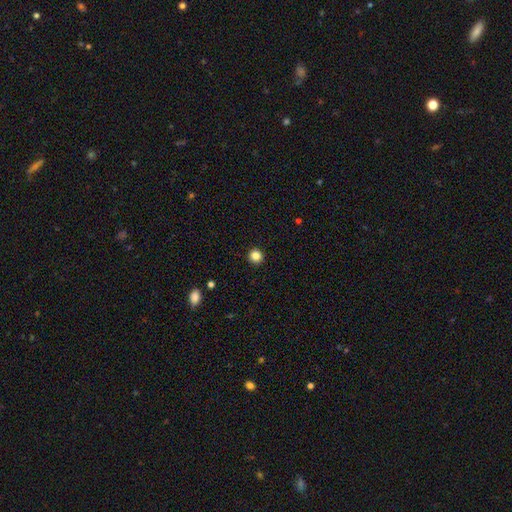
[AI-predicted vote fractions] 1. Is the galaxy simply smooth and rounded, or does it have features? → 84% smooth, 12% star or artifact, 5% featured or disk.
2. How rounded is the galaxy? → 95% round, 4% in between, 1% cigar-shaped.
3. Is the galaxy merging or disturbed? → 93% none, 4% minor disturbance, 2% major disturbance, 1% merger.